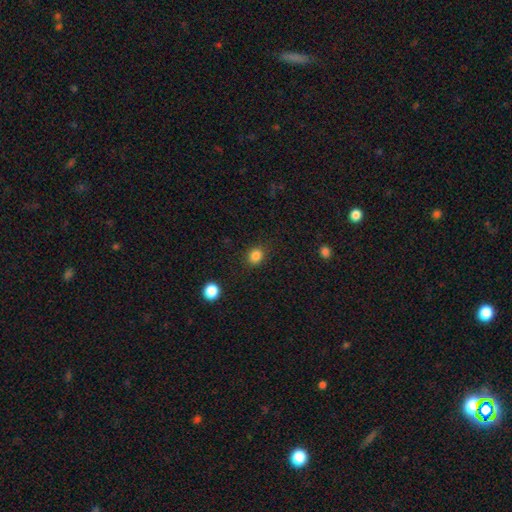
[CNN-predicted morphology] This is clearly a smooth galaxy (85%). How rounded: likely round (68%). Merging: clearly none (87%).